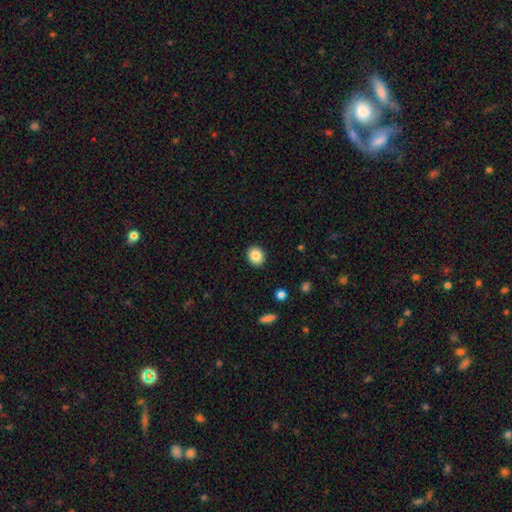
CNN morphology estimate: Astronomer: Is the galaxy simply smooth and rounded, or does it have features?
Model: smooth — 86%.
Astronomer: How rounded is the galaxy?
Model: round — 73%.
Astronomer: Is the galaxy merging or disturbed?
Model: none — 91%.